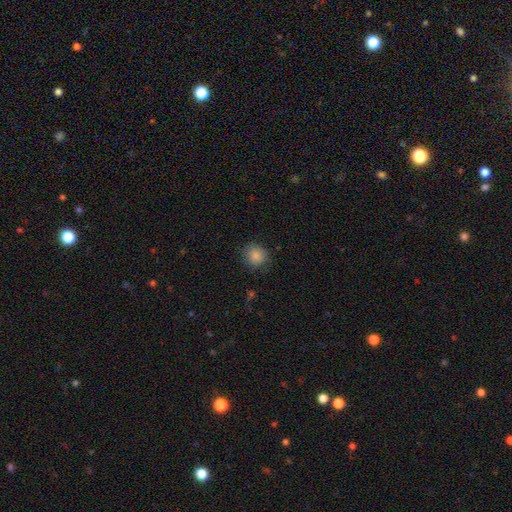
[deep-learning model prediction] Overall: smooth (85%). How rounded: round (87%). Merging: none (82%).